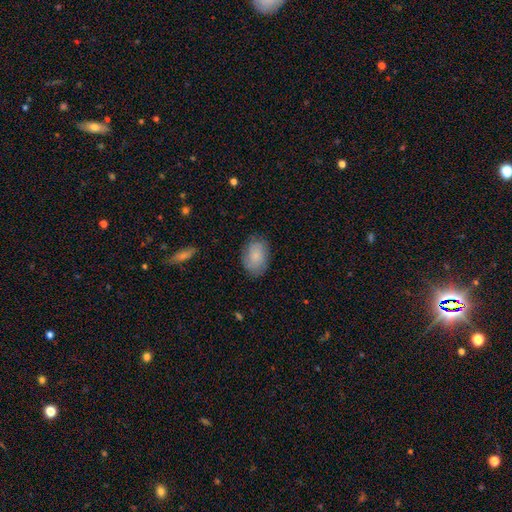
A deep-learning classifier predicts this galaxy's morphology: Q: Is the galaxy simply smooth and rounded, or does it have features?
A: smooth — 73%.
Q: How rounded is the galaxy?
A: in between — 84%.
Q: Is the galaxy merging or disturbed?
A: none — 78%.